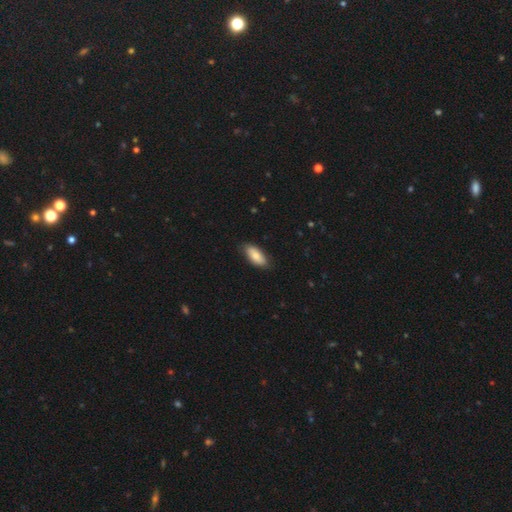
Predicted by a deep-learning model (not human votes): Smooth or featured: smooth — 80% (featured or disk — 15%)
How rounded: in between — 88% (cigar-shaped — 10%)
Merging: none — 83% (minor disturbance — 14%)